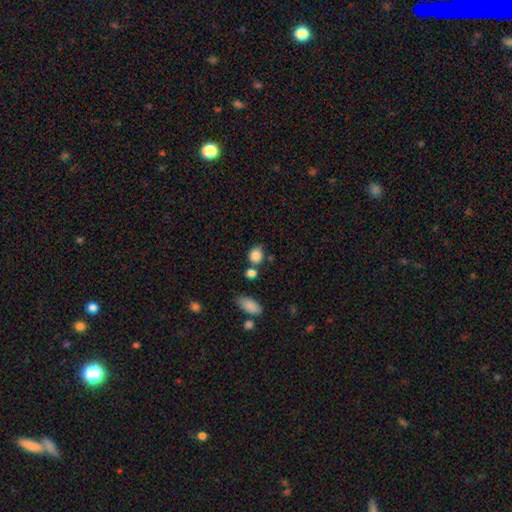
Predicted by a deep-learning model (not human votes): Morphology: type=smooth (86%); roundness=round (71%); merging=none (64%).